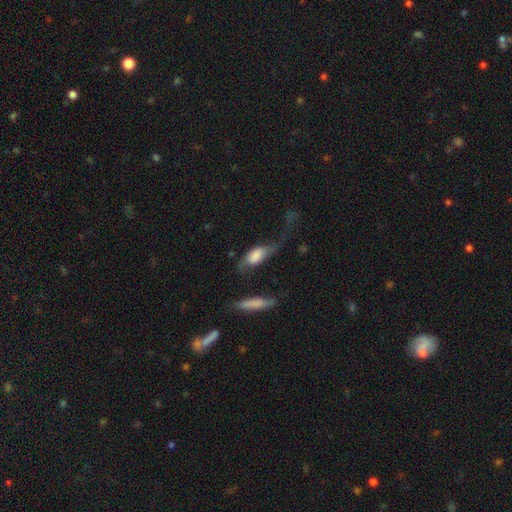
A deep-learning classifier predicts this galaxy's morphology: Smooth or featured? Predicted: smooth (p=0.58). How rounded? Predicted: in between (p=0.82). Merging? Predicted: major disturbance (p=0.46).